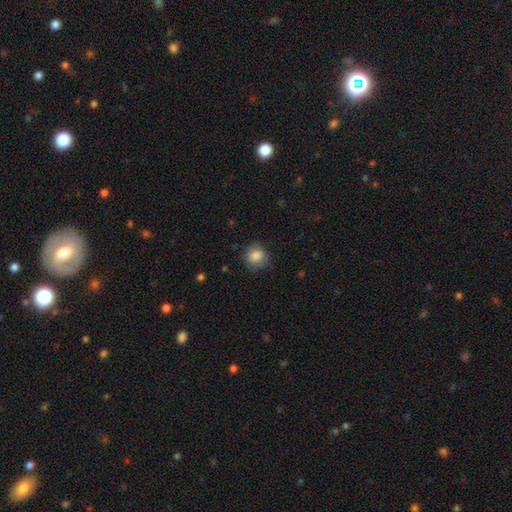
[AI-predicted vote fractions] Overall: smooth (84%). How rounded: round (79%). Merging: none (76%).